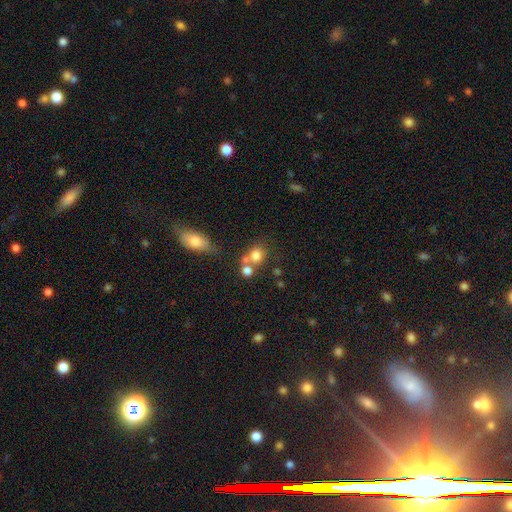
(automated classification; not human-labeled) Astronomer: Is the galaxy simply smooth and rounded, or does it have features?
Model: smooth — 76%.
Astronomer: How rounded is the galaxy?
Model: round — 70%.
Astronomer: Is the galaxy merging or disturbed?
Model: none — 47% (runner-up: merger, 38%).